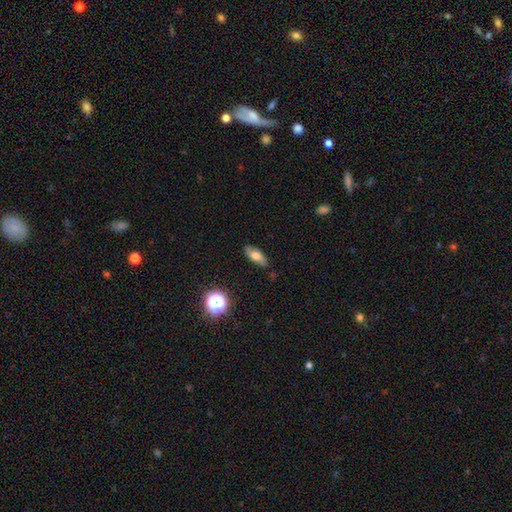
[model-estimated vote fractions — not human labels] This is likely a smooth galaxy (64%). How rounded: likely in between (77%). Merging: clearly none (80%).